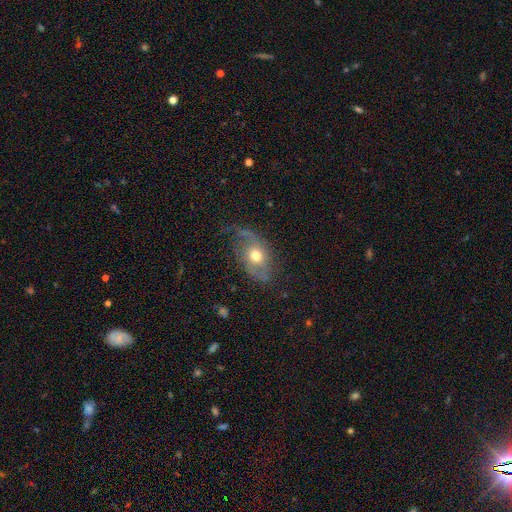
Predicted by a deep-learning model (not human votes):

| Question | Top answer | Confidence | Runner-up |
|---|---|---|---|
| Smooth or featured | featured or disk | 61% | smooth (31%) |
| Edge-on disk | no | 91% | yes (9%) |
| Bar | no | 74% | weak (20%) |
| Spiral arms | yes | 74% | no (26%) |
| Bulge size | moderate | 75% | small (14%) |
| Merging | none | 51% | minor disturbance (27%) |